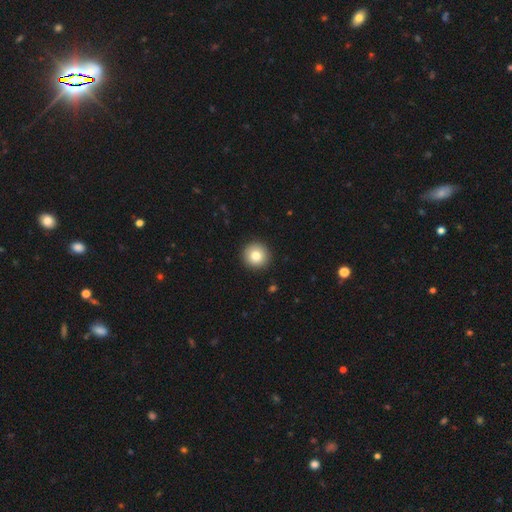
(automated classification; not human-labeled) Overall: smooth (80%). How rounded: round (96%). Merging: none (93%).